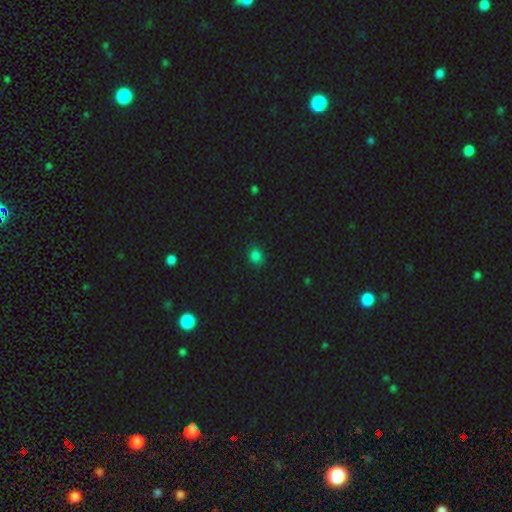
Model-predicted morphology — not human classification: Overall: smooth (81%). How rounded: round (70%). Merging: none (87%).